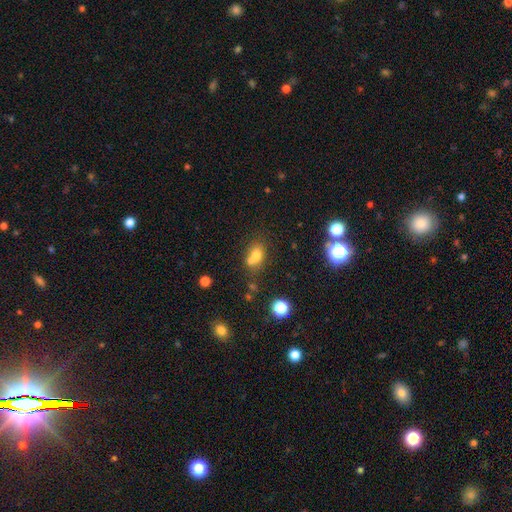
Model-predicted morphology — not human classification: Smooth or featured: smooth — 68% (star or artifact — 16%)
How rounded: round — 50% (in between — 48%)
Merging: merger — 50% (none — 37%)